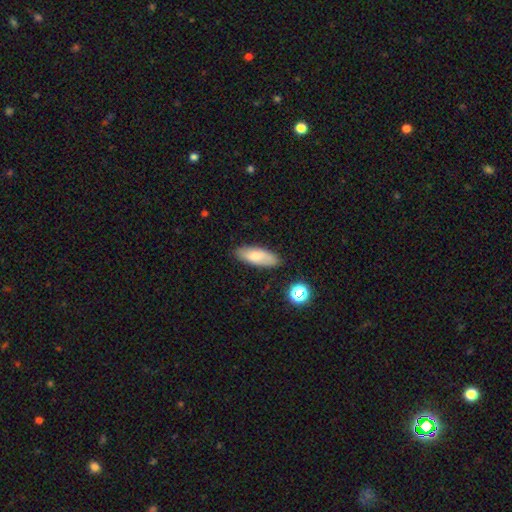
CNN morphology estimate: Overall: smooth (77%). How rounded: in between (72%). Merging: none (82%).